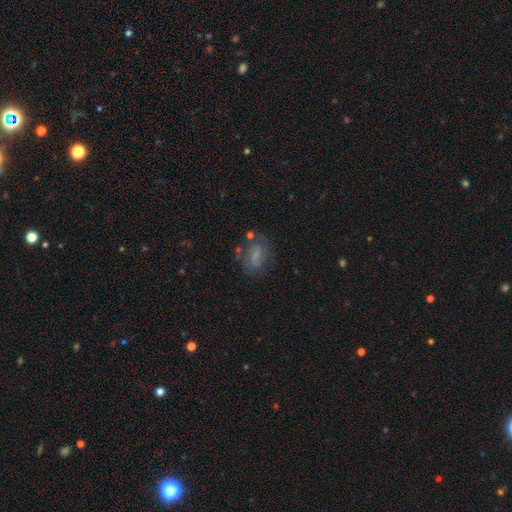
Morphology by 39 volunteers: A featured or disk galaxy (59%) with a weak bar (65%), 2 (58%) medium (42%) spiral arms (83%) and no central bulge (48%). Merging: none (83%).